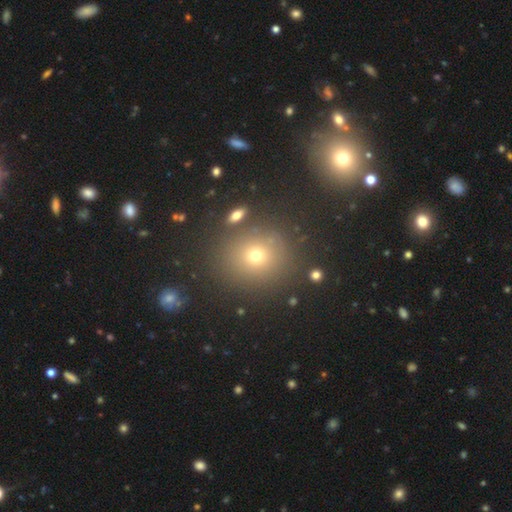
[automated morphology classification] type=smooth (66%); roundness=round (84%); merging=none (84%).